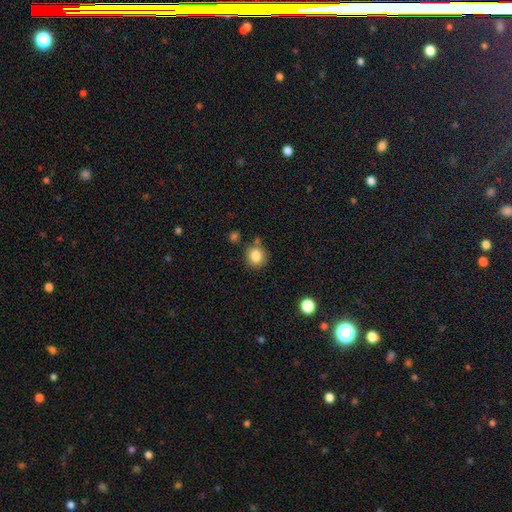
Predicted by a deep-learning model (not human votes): Smooth or featured: smooth — 84% (star or artifact — 10%)
How rounded: round — 83% (in between — 16%)
Merging: none — 74% (minor disturbance — 15%)